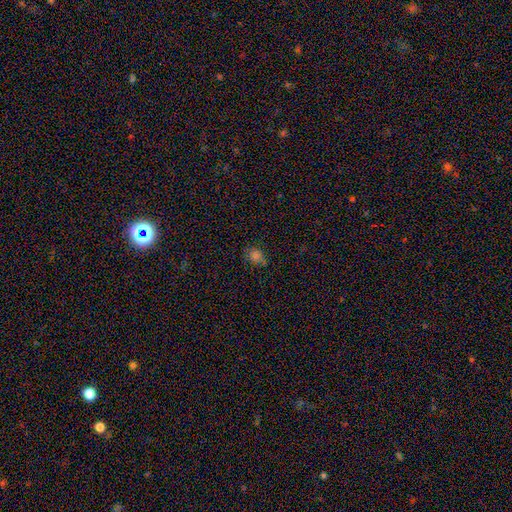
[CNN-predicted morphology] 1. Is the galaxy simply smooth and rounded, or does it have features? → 73% smooth, 22% star or artifact, 6% featured or disk.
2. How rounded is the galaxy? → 55% round, 43% in between, 1% cigar-shaped.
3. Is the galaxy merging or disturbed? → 69% none, 23% minor disturbance, 5% major disturbance, 3% merger.